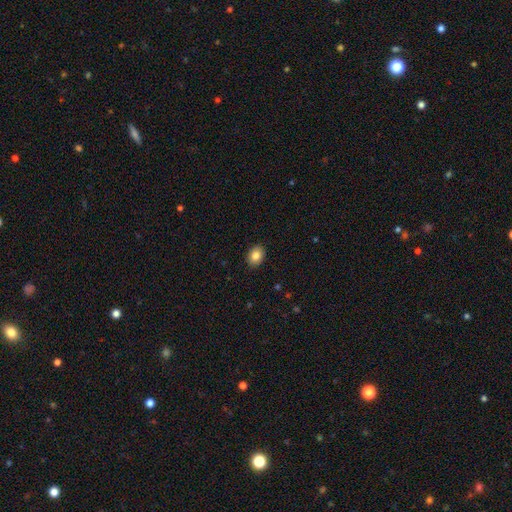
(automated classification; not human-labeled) Overall: smooth (84%). How rounded: in between (70%). Merging: none (90%).